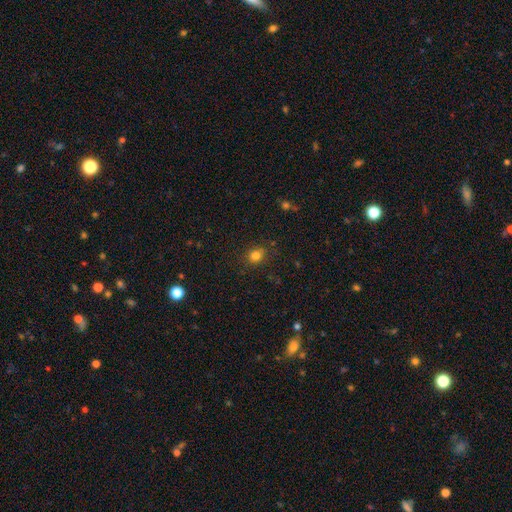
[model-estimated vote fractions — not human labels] Smooth or featured?
  - smooth: 81% *
  - star or artifact: 14%
  - featured or disk: 5%
How rounded?
  - round: 74% *
  - in between: 25%
  - cigar-shaped: 1%
Merging?
  - none: 85% *
  - minor disturbance: 10%
  - major disturbance: 3%
  - merger: 2%